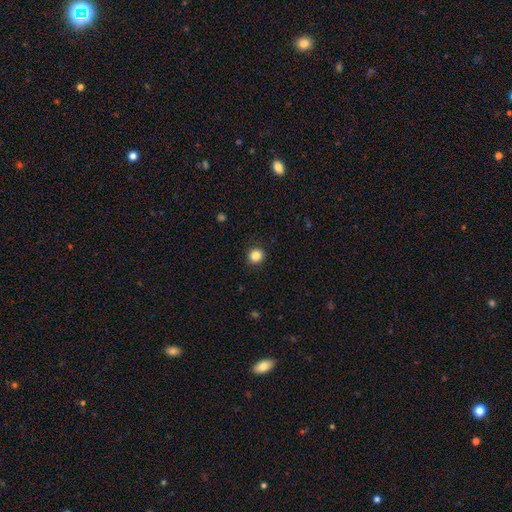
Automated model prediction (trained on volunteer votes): Smooth or featured? Predicted: smooth (p=0.85). How rounded? Predicted: round (p=0.92). Merging? Predicted: none (p=0.91).